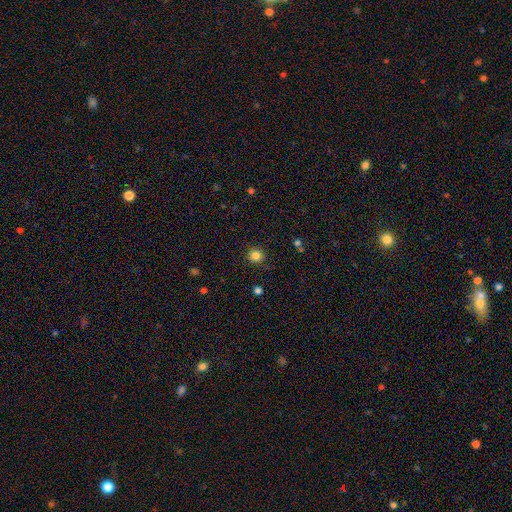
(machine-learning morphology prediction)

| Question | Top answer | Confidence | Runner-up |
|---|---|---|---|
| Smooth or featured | smooth | 84% | star or artifact (12%) |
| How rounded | round | 94% | in between (5%) |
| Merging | none | 88% | minor disturbance (8%) |